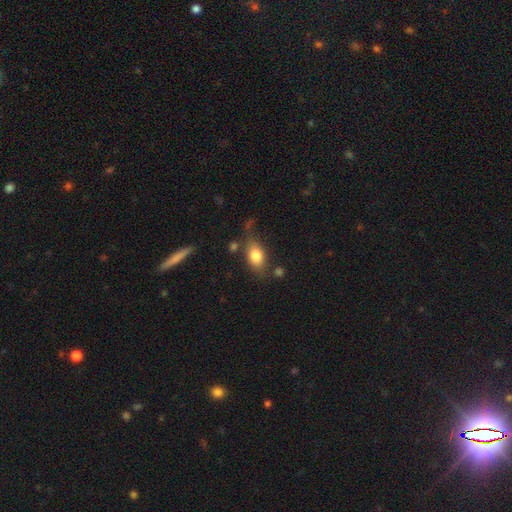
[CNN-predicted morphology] Smooth or featured? Predicted: smooth (p=0.79). How rounded? Predicted: in between (p=0.84). Merging? Predicted: none (p=0.70).